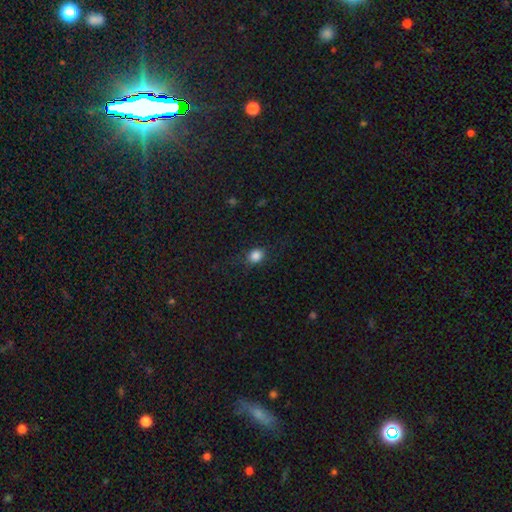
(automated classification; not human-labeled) Overall: smooth (85%). How rounded: round (61%; in between 37%). Merging: none (80%).